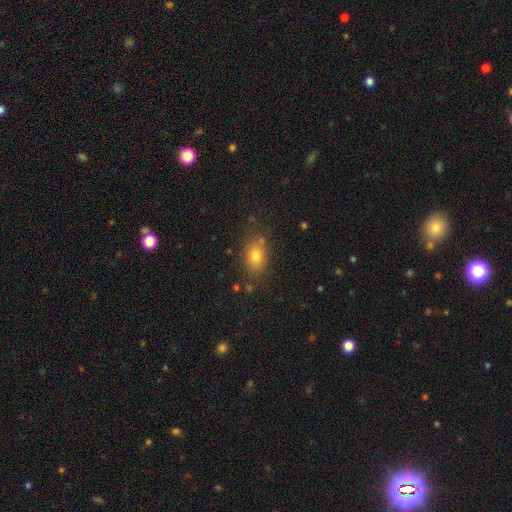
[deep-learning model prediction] Morphology: type=smooth (77%); roundness=in between (74%); merging=none (77%).